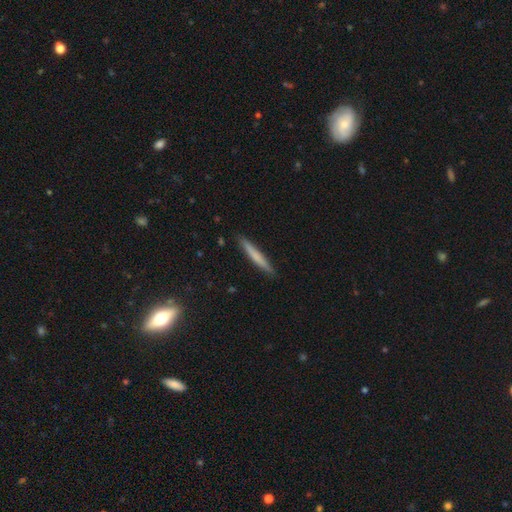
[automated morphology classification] A smooth galaxy with no disk features (67%) that is cigar-shaped (96%).

Vote fractions:
- Smooth or featured? smooth: 67% / featured or disk: 27% / star or artifact: 5%
- How rounded? cigar-shaped: 96% / in between: 3% / round: 1%
- Merging? none: 90% / minor disturbance: 7% / major disturbance: 1% / merger: 1%